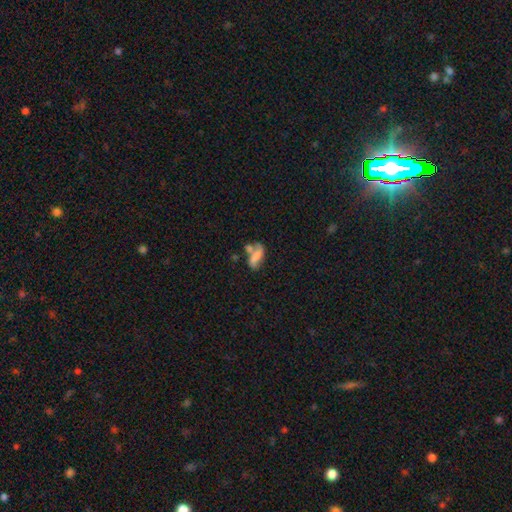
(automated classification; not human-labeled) smooth 54%, featured or disk 35%, star or artifact 11%. Down the decision tree: how rounded — in between (80%); merging — merger (36%).